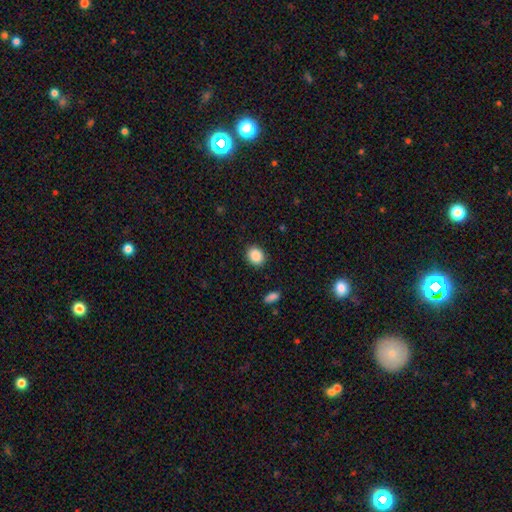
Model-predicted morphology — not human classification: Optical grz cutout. It shows a smooth galaxy with no disk features (89%) that is round (61%). Merging: none (89%).